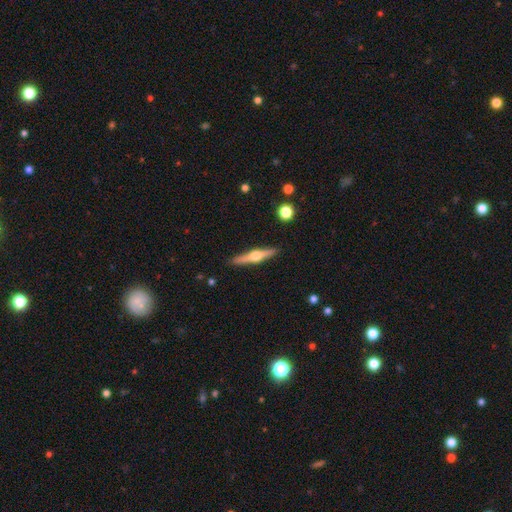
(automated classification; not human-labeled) A featured or disk galaxy (73%) viewed edge-on (98%) with a rounded central bulge (95%). Merging: none (90%).